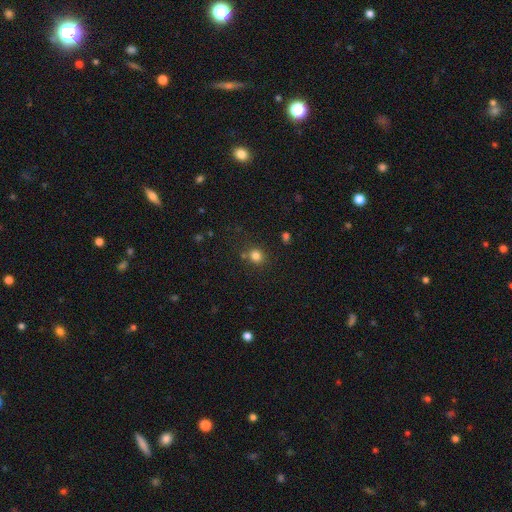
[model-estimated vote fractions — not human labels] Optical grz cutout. It shows a smooth galaxy with no disk features (80%) that is round (82%). Merging: none (75%).